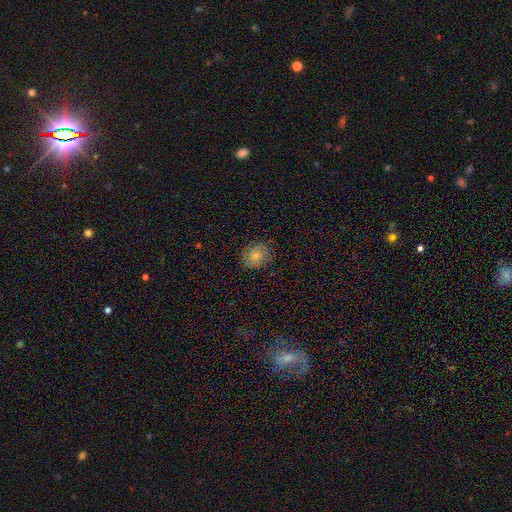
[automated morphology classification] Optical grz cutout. It shows a smooth galaxy with no disk features (62%) that is round (67%). Merging: none (84%).